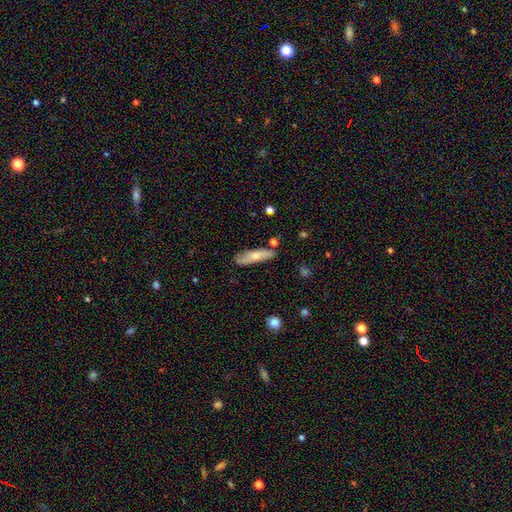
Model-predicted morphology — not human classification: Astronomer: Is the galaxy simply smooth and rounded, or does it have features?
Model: smooth — 64%.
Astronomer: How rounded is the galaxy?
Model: cigar-shaped — 63%.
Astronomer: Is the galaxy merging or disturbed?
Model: none — 72%.